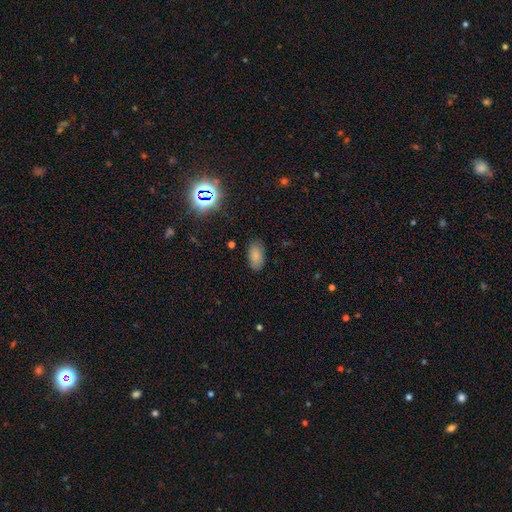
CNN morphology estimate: A smooth galaxy with no disk features (82%) that is in between round and cigar-shaped (93%).

Vote fractions:
- Smooth or featured? smooth: 82% / star or artifact: 11% / featured or disk: 7%
- How rounded? in between: 93% / round: 5% / cigar-shaped: 2%
- Merging? none: 84% / minor disturbance: 12% / major disturbance: 3% / merger: 1%